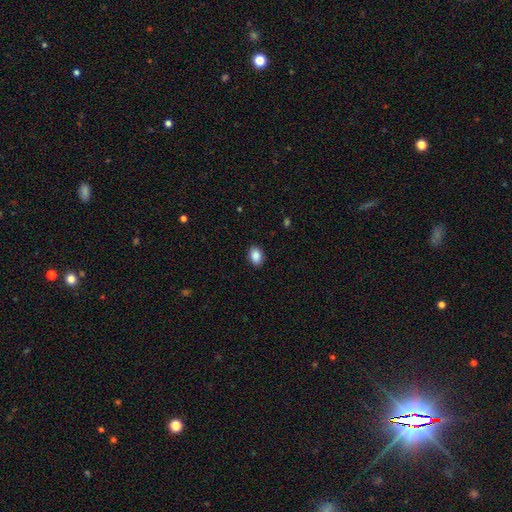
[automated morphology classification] Smooth or featured: smooth — 89% (star or artifact — 8%)
How rounded: in between — 78% (round — 20%)
Merging: none — 89% (minor disturbance — 8%)